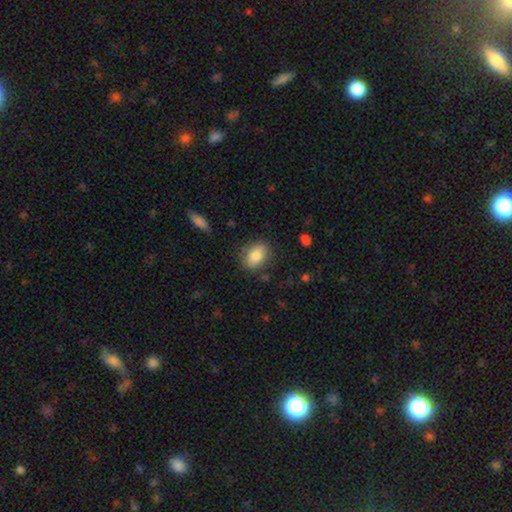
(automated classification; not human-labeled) Q: Smooth or featured?
A: smooth (84%); runner-up: featured or disk (9%)
Q: How rounded?
A: in between (81%); runner-up: round (17%)
Q: Merging?
A: none (80%); runner-up: minor disturbance (14%)